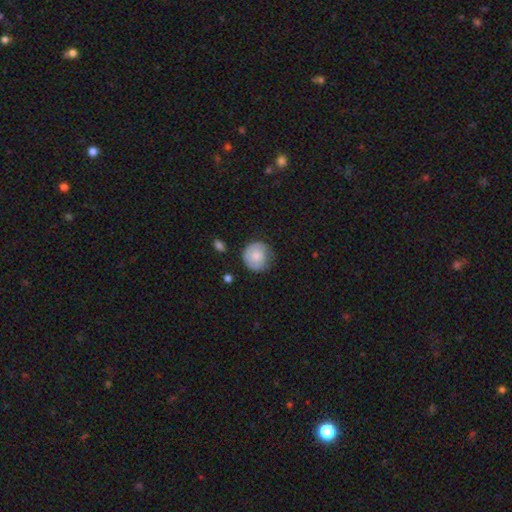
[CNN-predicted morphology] Overall: smooth (71%). How rounded: round (89%). Merging: none (67%).